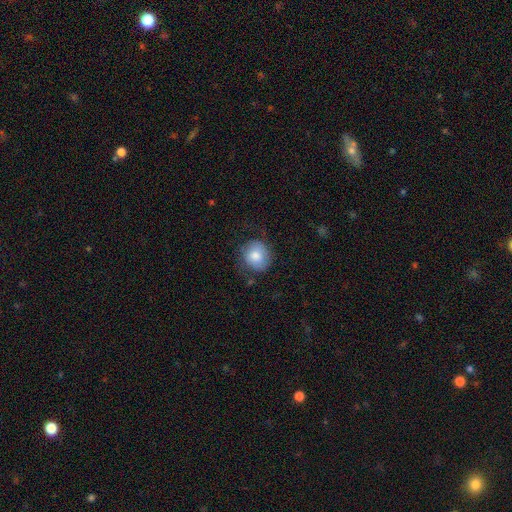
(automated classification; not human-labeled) The model was most divided on "merging": none: 66%, minor disturbance: 22%, major disturbance: 11%, merger: 2%. More confident: how rounded — round (82%); smooth or featured — smooth (75%).